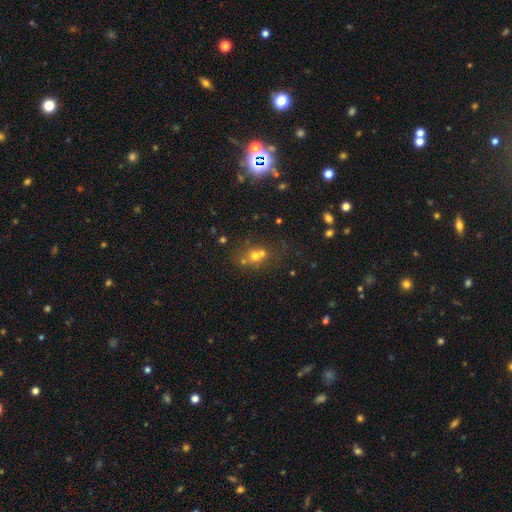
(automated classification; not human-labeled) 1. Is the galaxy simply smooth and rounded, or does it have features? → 59% smooth, 22% star or artifact, 20% featured or disk.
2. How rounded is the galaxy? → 76% round, 23% in between, 1% cigar-shaped.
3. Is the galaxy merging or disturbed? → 48% merger, 40% none, 8% minor disturbance, 4% major disturbance.